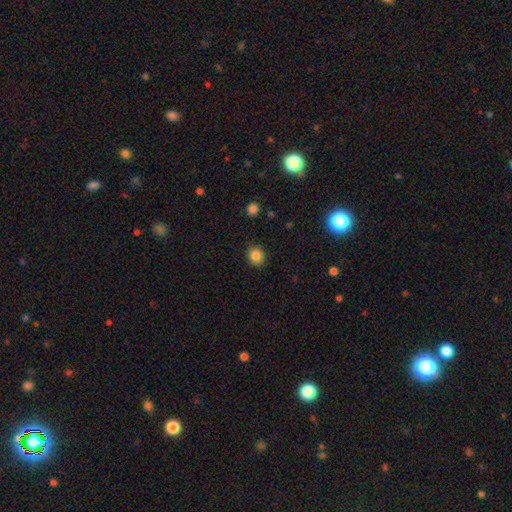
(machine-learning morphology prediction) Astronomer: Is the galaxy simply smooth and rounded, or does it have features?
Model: smooth — 85%.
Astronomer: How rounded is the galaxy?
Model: round — 75%.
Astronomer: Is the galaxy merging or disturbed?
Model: none — 89%.